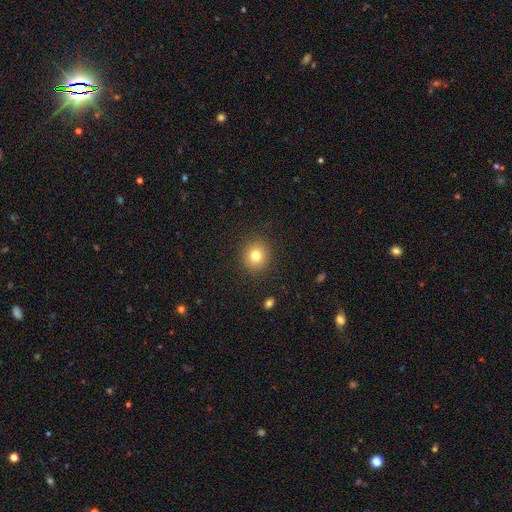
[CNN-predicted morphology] Smooth or featured?
  - smooth: 78% *
  - star or artifact: 12%
  - featured or disk: 9%
How rounded?
  - round: 88% *
  - in between: 11%
  - cigar-shaped: 1%
Merging?
  - none: 89% *
  - minor disturbance: 7%
  - major disturbance: 3%
  - merger: 1%